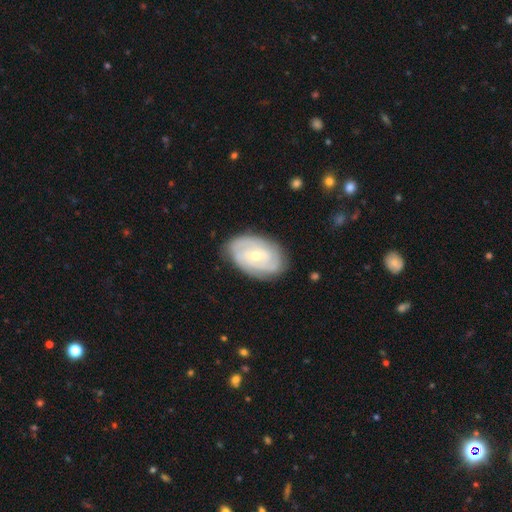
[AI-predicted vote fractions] Smooth or featured? Predicted: featured or disk (p=0.79). Edge-on disk? Predicted: no (p=0.96). Bar? Predicted: weak (p=0.48). Spiral arms? Predicted: yes (p=0.90). Spiral winding? Predicted: tight (p=0.71). Spiral arm count? Predicted: can't tell (p=0.35). Bulge size? Predicted: small (p=0.54). Merging? Predicted: none (p=0.81).